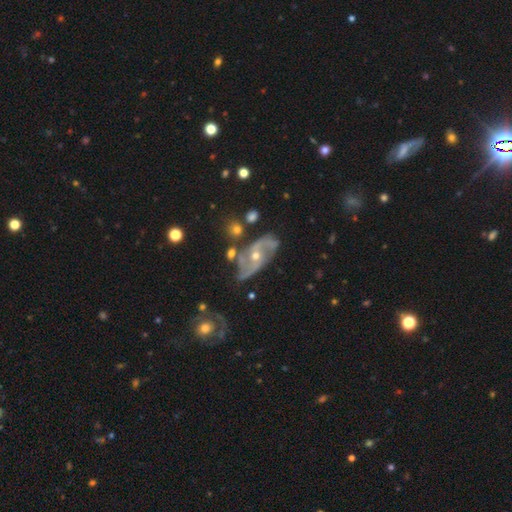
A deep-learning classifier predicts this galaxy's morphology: smooth_or_featured: featured or disk (p=0.82) [alt: smooth p=0.10]
disk_edge_on: no (p=0.94) [alt: yes p=0.06]
bar: no (p=0.64) [alt: weak p=0.27]
has_spiral_arms: yes (p=0.92) [alt: no p=0.08]
spiral_winding: medium (p=0.45) [alt: loose p=0.30]
spiral_arm_count: 2 (p=0.69) [alt: can't tell p=0.12]
bulge_size: moderate (p=0.49) [alt: small p=0.48]
merging: none (p=0.60) [alt: minor disturbance p=0.22]